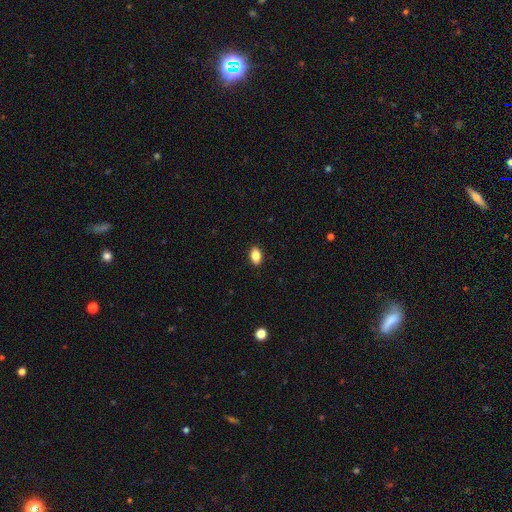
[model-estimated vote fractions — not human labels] Q: Smooth or featured?
A: smooth (85%); runner-up: star or artifact (8%)
Q: How rounded?
A: in between (88%); runner-up: round (10%)
Q: Merging?
A: none (90%); runner-up: minor disturbance (8%)